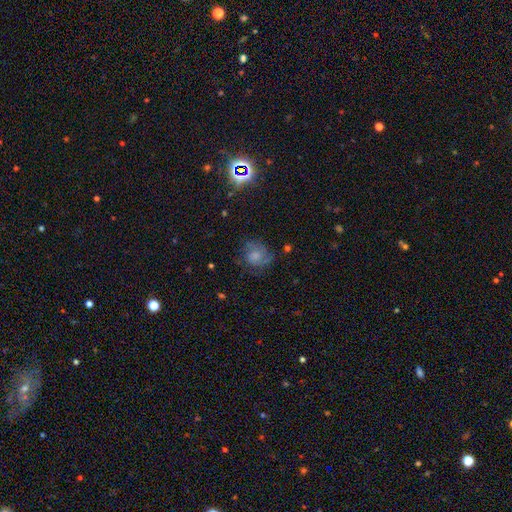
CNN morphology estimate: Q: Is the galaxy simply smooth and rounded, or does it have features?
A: smooth — 55%.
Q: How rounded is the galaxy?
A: round — 74%.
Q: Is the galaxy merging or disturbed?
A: none — 59%.